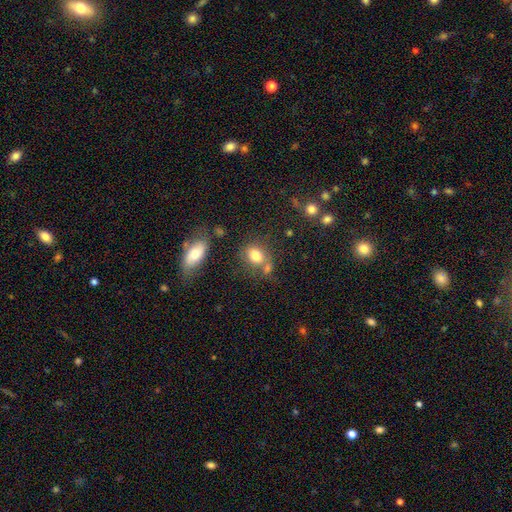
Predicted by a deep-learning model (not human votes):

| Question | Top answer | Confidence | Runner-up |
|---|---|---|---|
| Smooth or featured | smooth | 78% | star or artifact (11%) |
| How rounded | in between | 54% | round (44%) |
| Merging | none | 53% | merger (26%) |